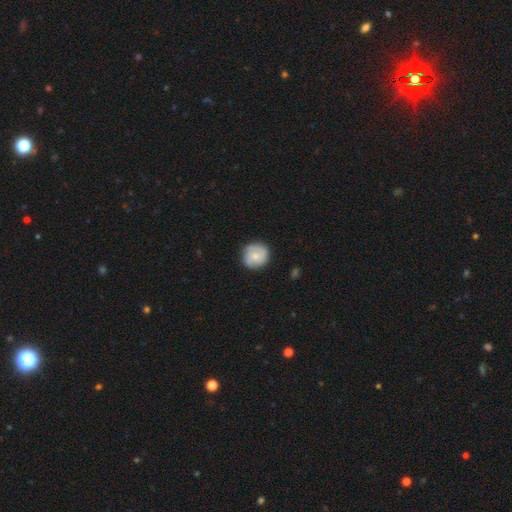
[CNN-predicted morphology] This appears to be a smooth galaxy with no disk features (65%) that is round (88%). Merging: none (79%).